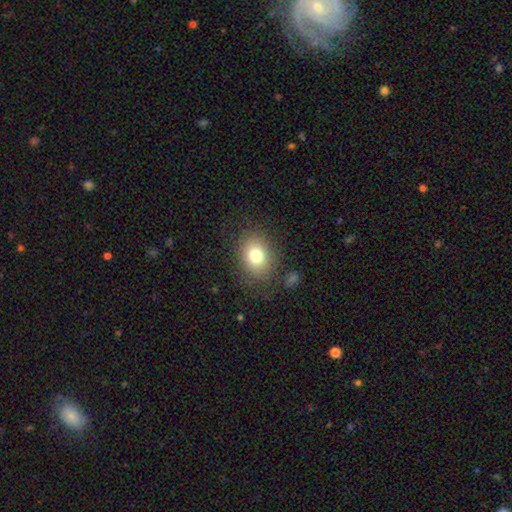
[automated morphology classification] Q: Smooth or featured?
A: smooth (77%); runner-up: featured or disk (12%)
Q: How rounded?
A: in between (55%); runner-up: round (44%)
Q: Merging?
A: none (80%); runner-up: minor disturbance (12%)